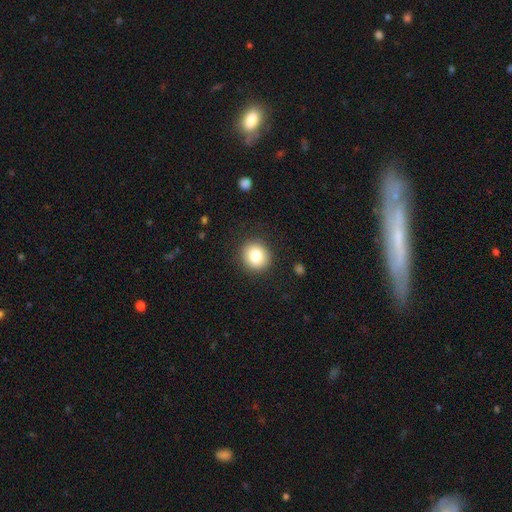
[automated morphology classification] Overall: smooth (81%). How rounded: round (88%). Merging: none (90%).